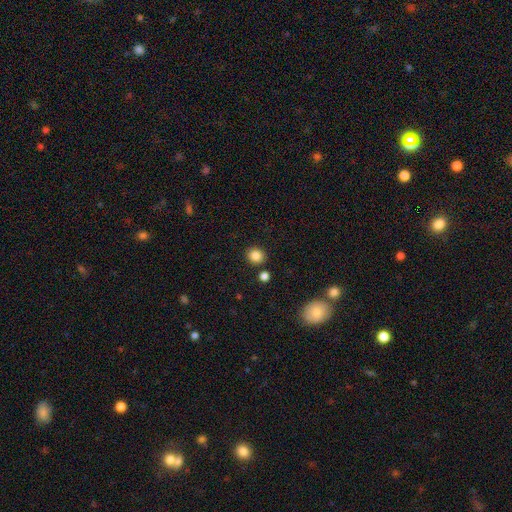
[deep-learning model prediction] smooth-or-featured: smooth: 84% | star or artifact: 11% | featured or disk: 5%
  how-rounded: round: 79% | in between: 21% | cigar-shaped: 1%
  merging: none: 85% | minor disturbance: 7% | merger: 5% | major disturbance: 2%